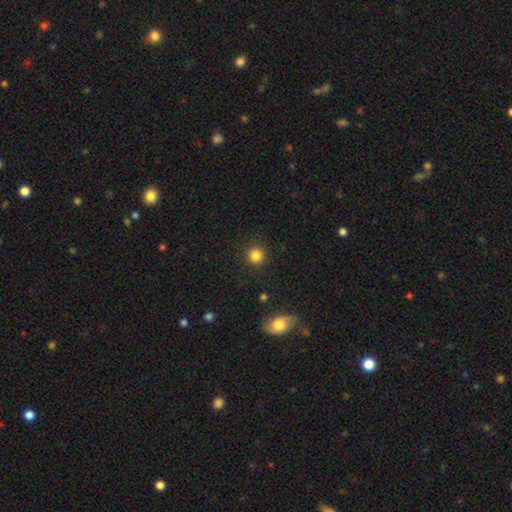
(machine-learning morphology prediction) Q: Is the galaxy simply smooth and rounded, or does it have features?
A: smooth — 84%.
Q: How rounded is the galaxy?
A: round — 93%.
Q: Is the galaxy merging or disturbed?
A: none — 90%.